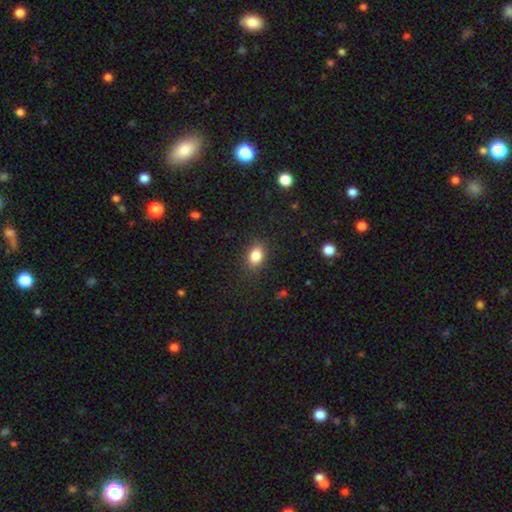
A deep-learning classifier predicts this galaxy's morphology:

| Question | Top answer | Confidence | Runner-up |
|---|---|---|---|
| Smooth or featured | smooth | 85% | star or artifact (9%) |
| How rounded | in between | 78% | round (20%) |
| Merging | none | 85% | minor disturbance (11%) |